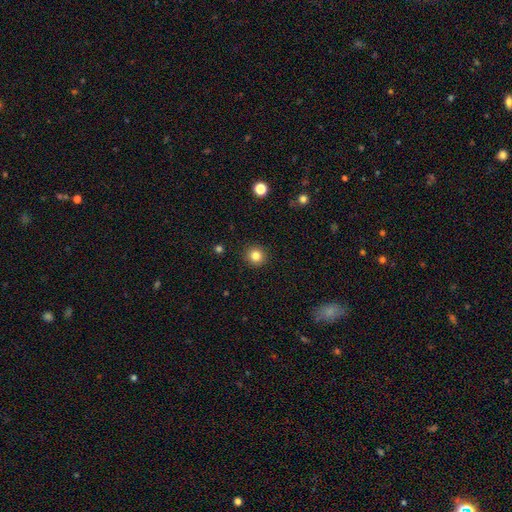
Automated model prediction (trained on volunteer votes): smooth 83%, star or artifact 11%, featured or disk 6%. Down the decision tree: how rounded — round (92%); merging — none (92%).